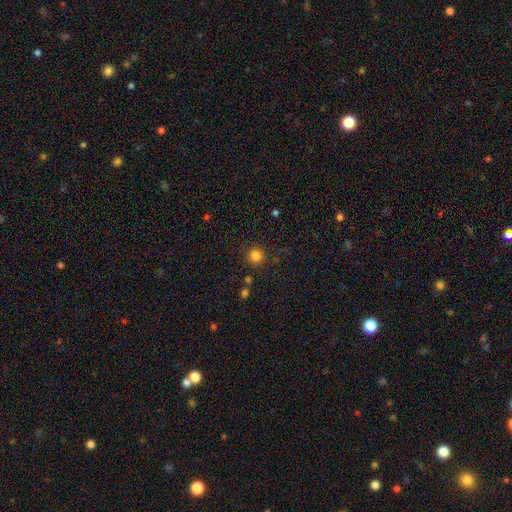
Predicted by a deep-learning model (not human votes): The model was most divided on "smooth or featured": smooth: 82%, star or artifact: 14%, featured or disk: 4%. More confident: how rounded — round (94%); merging — none (86%).